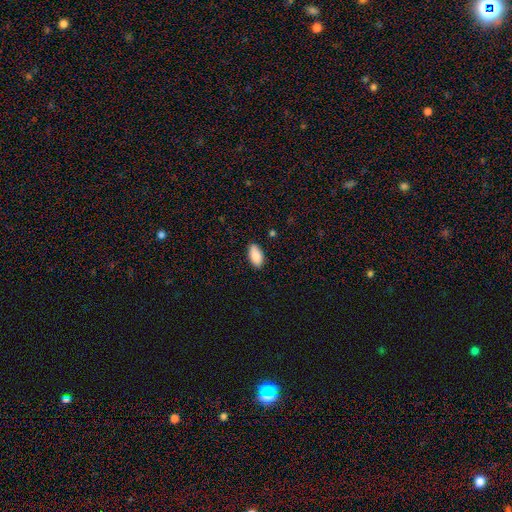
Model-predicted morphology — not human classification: A smooth galaxy with no disk features (89%) that is in between round and cigar-shaped (94%). Merging: none (86%).